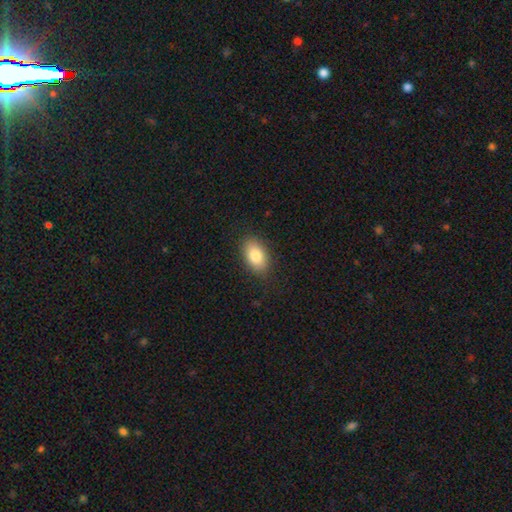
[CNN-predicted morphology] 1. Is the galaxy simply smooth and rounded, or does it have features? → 83% smooth, 10% featured or disk, 7% star or artifact.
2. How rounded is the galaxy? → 91% in between, 7% round, 2% cigar-shaped.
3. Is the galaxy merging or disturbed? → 87% none, 10% minor disturbance, 3% major disturbance, 1% merger.